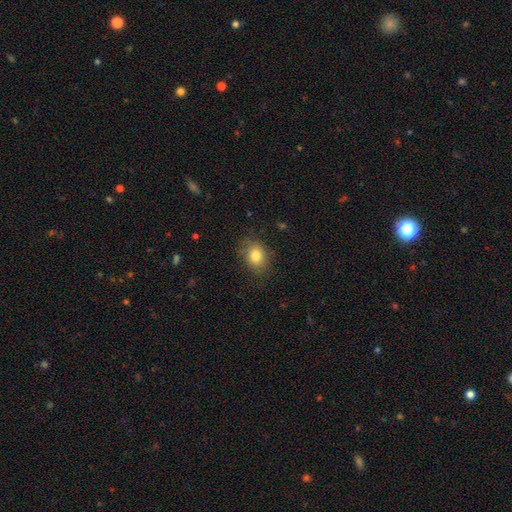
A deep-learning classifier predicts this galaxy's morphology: Smooth or featured: smooth — 81% (star or artifact — 10%)
How rounded: in between — 52% (round — 47%)
Merging: none — 79% (minor disturbance — 16%)